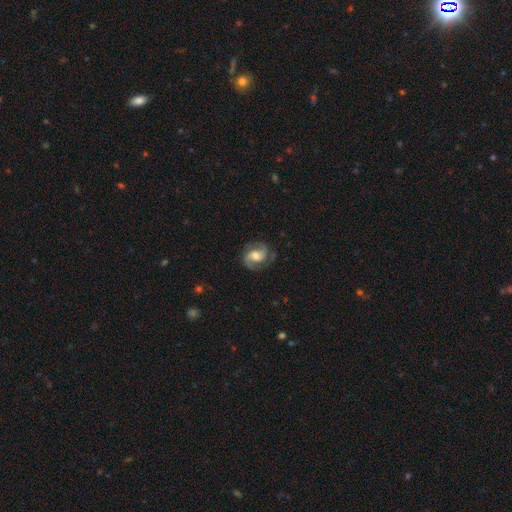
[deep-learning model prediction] This is clearly a featured or disk galaxy (83%). It is clearly not viewed edge-on (98%). Bar: possibly no (46%). Spiral arm pattern: clearly yes (97%). Spiral arm count: clearly 2 (90%). Spiral winding: possibly medium (53%). Central bulge: possibly moderate (58%). Merging: likely none (79%).